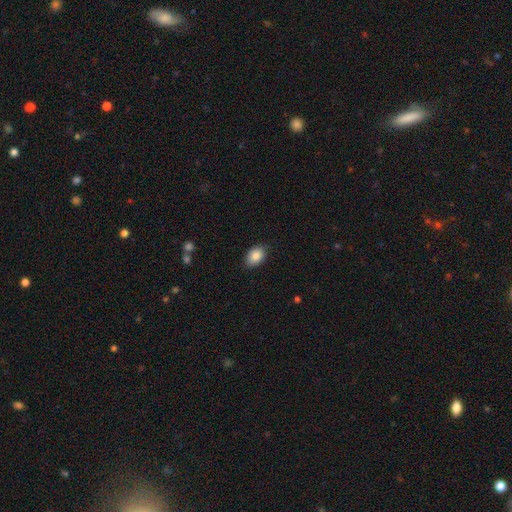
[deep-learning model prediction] This appears to be a smooth galaxy with no disk features (87%) that is in between round and cigar-shaped (84%). Merging: none (82%).